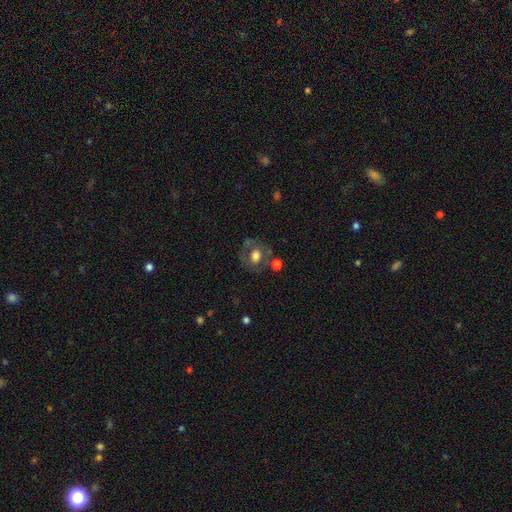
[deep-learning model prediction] smooth-or-featured: smooth: 53% | featured or disk: 37% | star or artifact: 10%
  how-rounded: round: 65% | in between: 34% | cigar-shaped: 1%
  merging: none: 63% | minor disturbance: 18% | major disturbance: 10% | merger: 9%